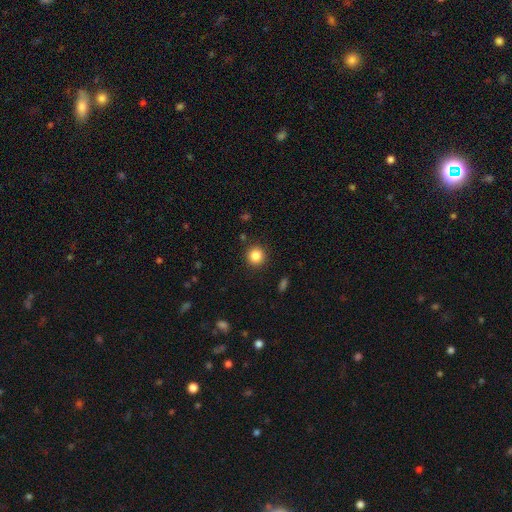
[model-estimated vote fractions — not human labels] smooth 85%, star or artifact 11%, featured or disk 5%. Down the decision tree: how rounded — round (93%); merging — none (91%).